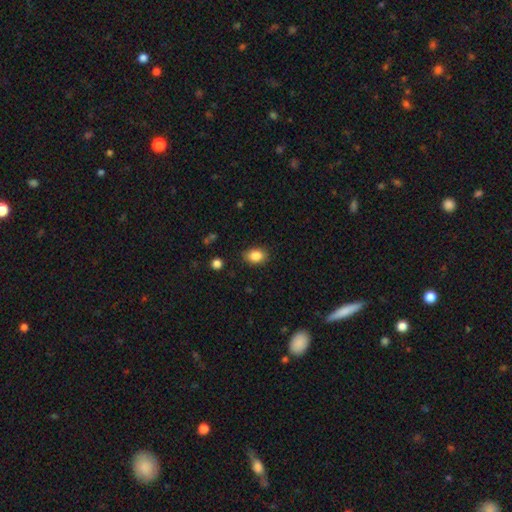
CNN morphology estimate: Smooth or featured? smooth (86%)
How rounded? in between (72%)
Merging? none (84%)